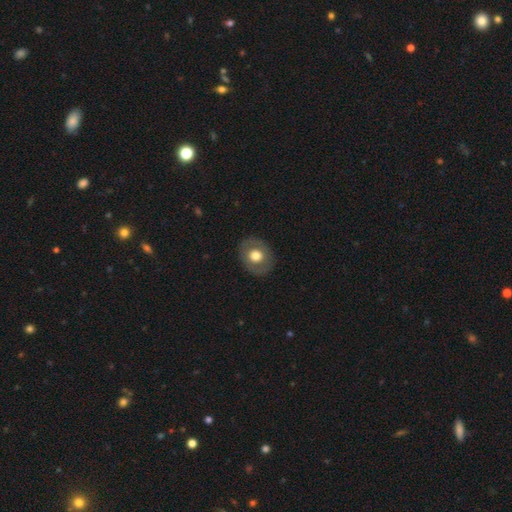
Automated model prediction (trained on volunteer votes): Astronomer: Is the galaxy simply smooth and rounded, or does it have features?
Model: smooth — 62%.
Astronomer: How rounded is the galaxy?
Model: round — 61% (runner-up: in between, 39%).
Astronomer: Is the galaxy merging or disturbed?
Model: none — 86%.